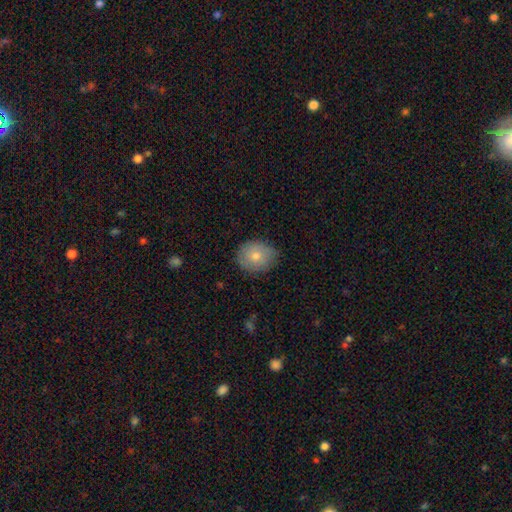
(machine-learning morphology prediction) Smooth or featured? smooth (76%)
How rounded? round (66%)
Merging? none (77%)